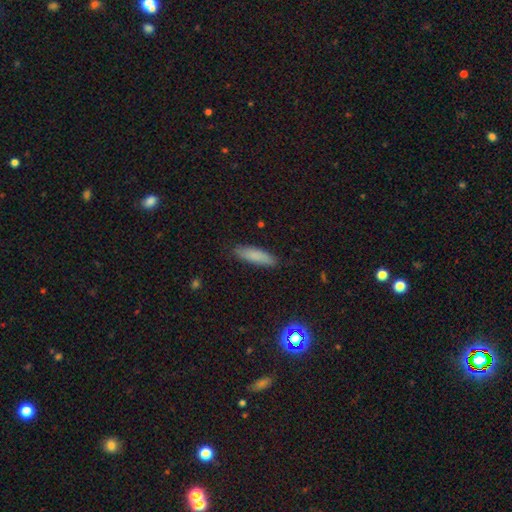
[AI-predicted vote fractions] This appears to be a smooth galaxy with no disk features (82%) that is cigar-shaped (69%). Merging: none (87%).